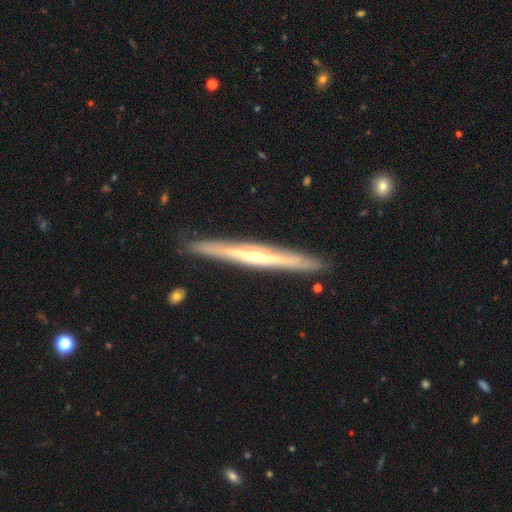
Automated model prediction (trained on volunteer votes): The model was most divided on "edge-on bulge": rounded: 77%, none: 20%, boxy: 3%. More confident: edge-on disk — yes (97%); merging — none (91%); smooth or featured — featured or disk (80%).